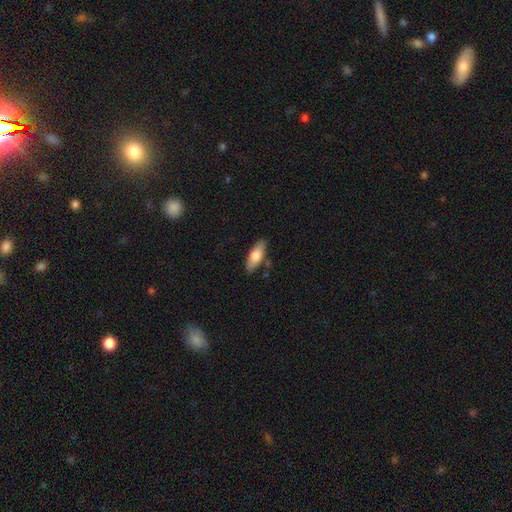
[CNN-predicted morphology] Smooth or featured? Predicted: smooth (p=0.74). How rounded? Predicted: in between (p=0.72). Merging? Predicted: none (p=0.81).